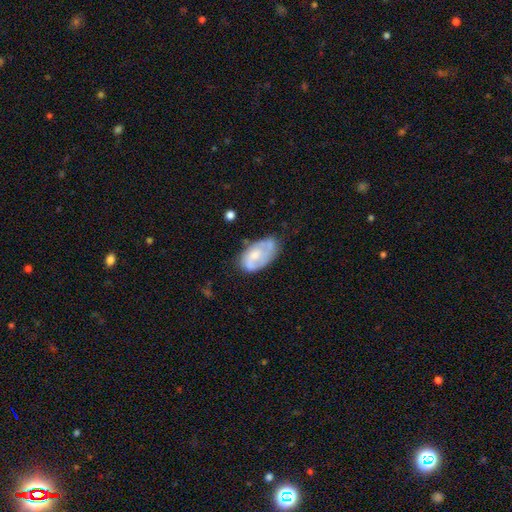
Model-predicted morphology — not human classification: featured or disk 56%, smooth 38%, star or artifact 6%. Down the decision tree: edge-on disk — no (95%); bar — no (68%); spiral arms — yes (69%); bulge size — moderate (45%); merging — none (50%).